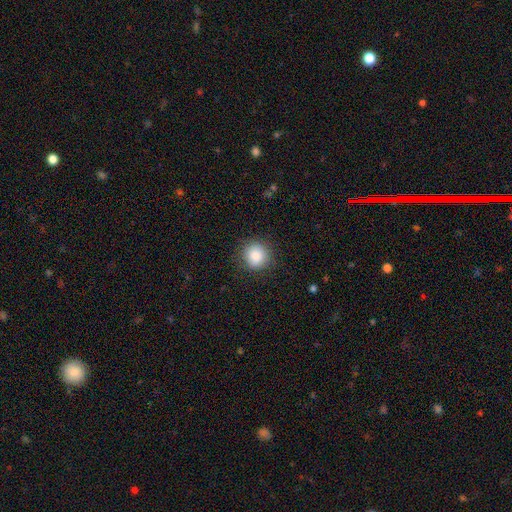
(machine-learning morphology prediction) smooth-or-featured: smooth: 87% | star or artifact: 9% | featured or disk: 4%
  how-rounded: round: 91% | in between: 8% | cigar-shaped: 1%
  merging: none: 87% | minor disturbance: 9% | major disturbance: 3% | merger: 1%